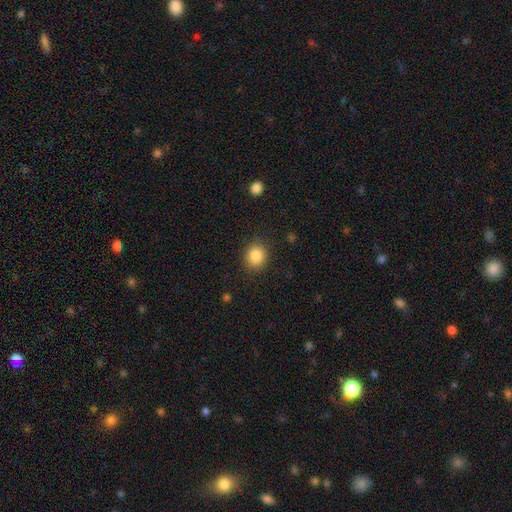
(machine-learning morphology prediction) The model was most divided on "how rounded": round: 76%, in between: 23%, cigar-shaped: 1%. More confident: merging — none (87%); smooth or featured — smooth (86%).